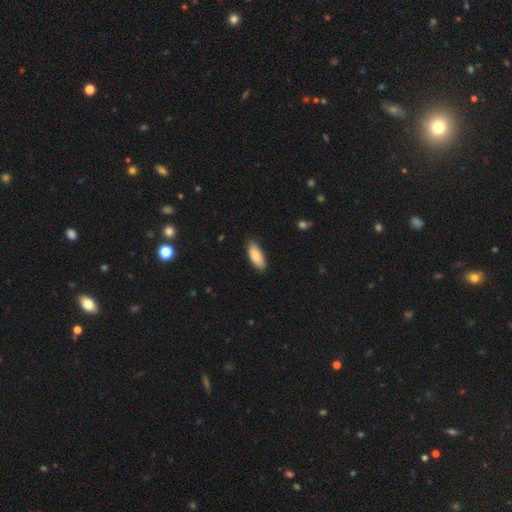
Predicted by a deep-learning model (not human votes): Smooth or featured? Predicted: smooth (p=0.85). How rounded? Predicted: in between (p=0.82). Merging? Predicted: none (p=0.84).